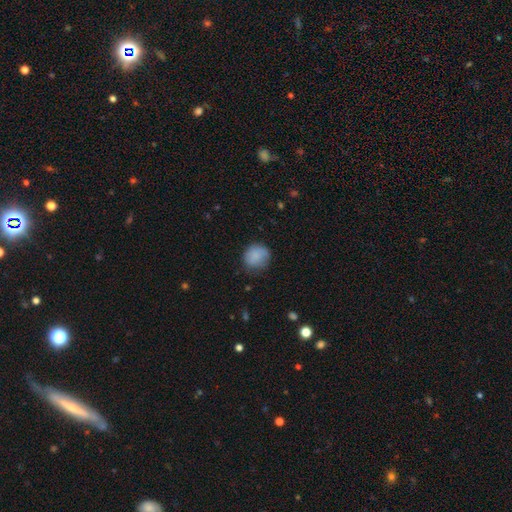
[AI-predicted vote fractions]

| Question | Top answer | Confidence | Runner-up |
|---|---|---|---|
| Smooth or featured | smooth | 85% | star or artifact (8%) |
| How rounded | round | 77% | in between (22%) |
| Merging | none | 70% | minor disturbance (23%) |